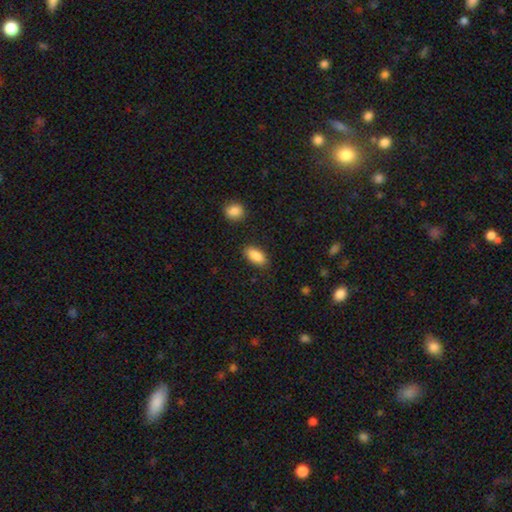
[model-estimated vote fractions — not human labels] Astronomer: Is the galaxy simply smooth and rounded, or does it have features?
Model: smooth — 88%.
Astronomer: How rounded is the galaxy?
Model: in between — 90%.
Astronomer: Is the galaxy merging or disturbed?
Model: none — 84%.